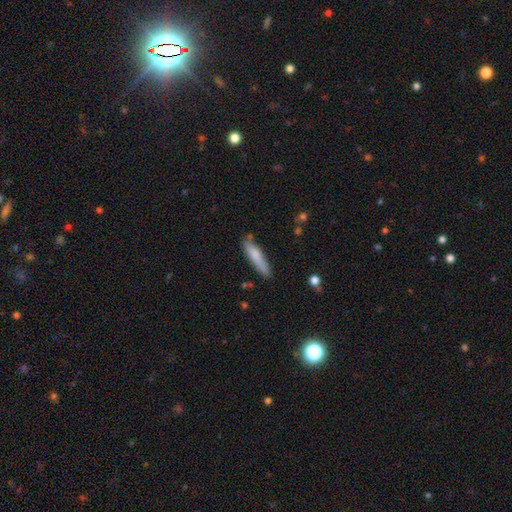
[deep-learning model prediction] Smooth or featured?
  - smooth: 76% *
  - featured or disk: 18%
  - star or artifact: 6%
How rounded?
  - cigar-shaped: 81% *
  - in between: 18%
  - round: 1%
Merging?
  - none: 76% *
  - minor disturbance: 17%
  - merger: 4%
  - major disturbance: 3%